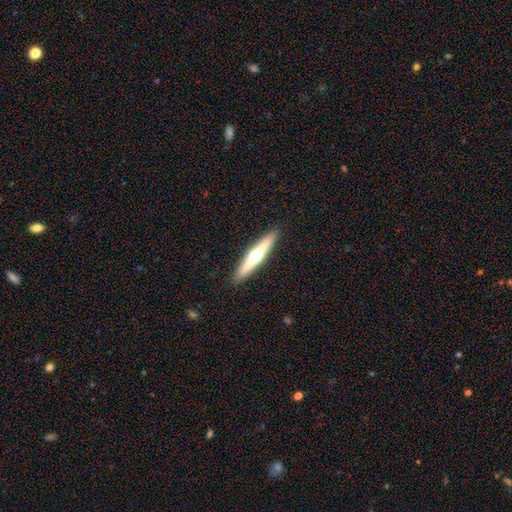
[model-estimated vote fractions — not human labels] Smooth or featured? Predicted: featured or disk (p=0.54). Edge-on disk? Predicted: yes (p=0.95). Edge-on bulge? Predicted: rounded (p=0.91). Merging? Predicted: none (p=0.91).